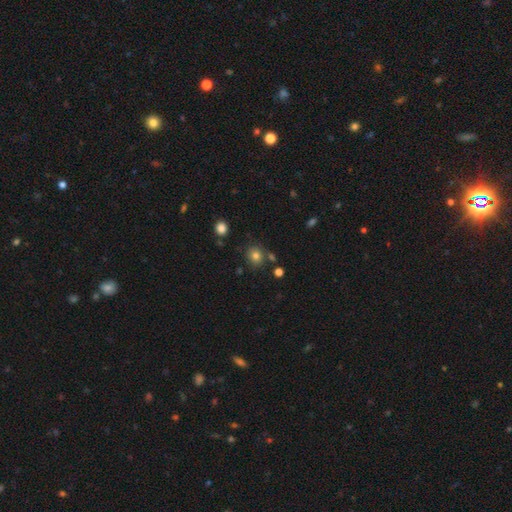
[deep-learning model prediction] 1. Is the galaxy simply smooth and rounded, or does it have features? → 78% smooth, 14% star or artifact, 8% featured or disk.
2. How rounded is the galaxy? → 81% round, 18% in between, 1% cigar-shaped.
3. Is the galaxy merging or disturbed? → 79% none, 11% minor disturbance, 7% merger, 3% major disturbance.